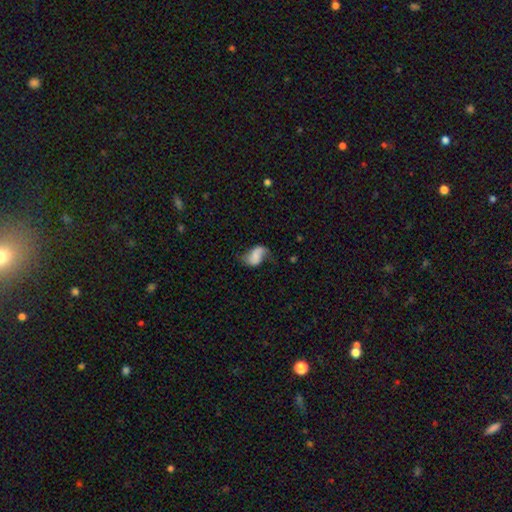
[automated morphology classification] Smooth or featured: smooth — 46% (featured or disk — 45%)
Merging: none — 45% (minor disturbance — 28%)